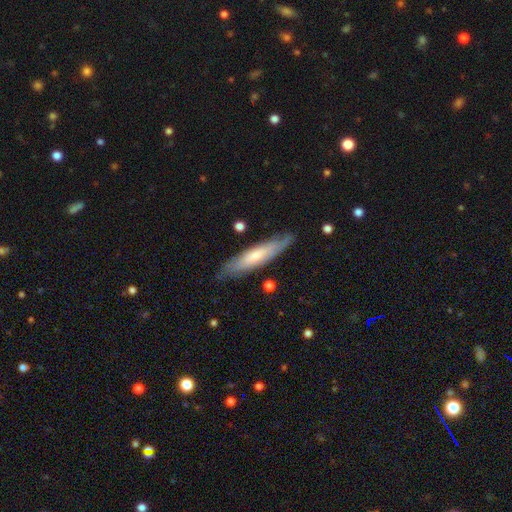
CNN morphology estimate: Overall: featured or disk (48%; smooth 47%). Merging: none (79%).